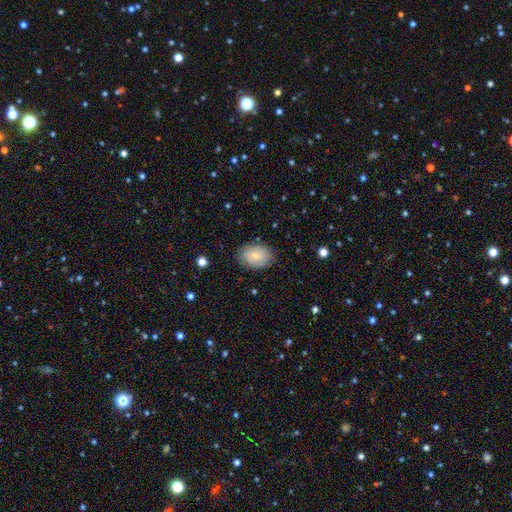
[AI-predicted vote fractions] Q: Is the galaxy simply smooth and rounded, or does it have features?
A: smooth — 73%.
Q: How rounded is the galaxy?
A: in between — 79%.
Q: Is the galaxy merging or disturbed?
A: none — 82%.